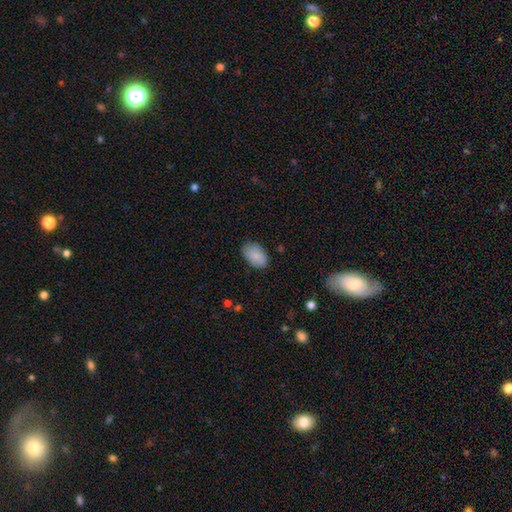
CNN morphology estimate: Smooth or featured? smooth (87%)
How rounded? in between (91%)
Merging? none (80%)